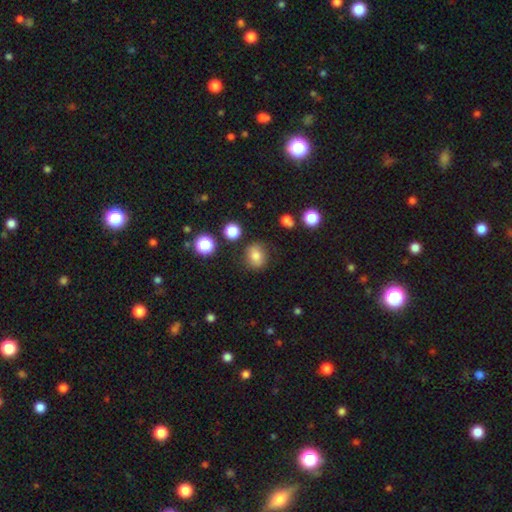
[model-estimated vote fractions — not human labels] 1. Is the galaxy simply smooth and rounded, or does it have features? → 79% smooth, 12% star or artifact, 9% featured or disk.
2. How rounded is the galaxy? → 65% round, 34% in between, 1% cigar-shaped.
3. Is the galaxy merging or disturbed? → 79% none, 14% minor disturbance, 4% major disturbance, 3% merger.